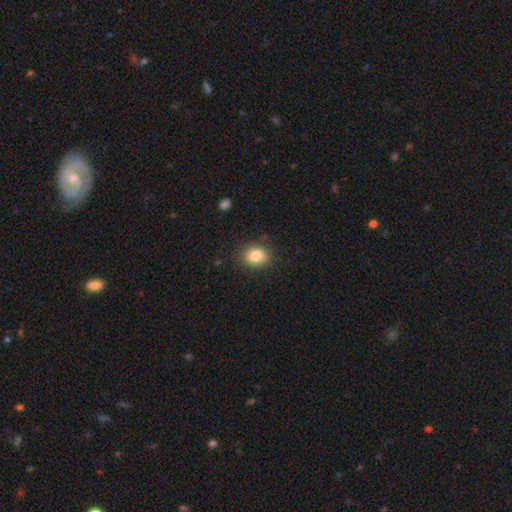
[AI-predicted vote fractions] This appears to be a smooth galaxy with no disk features (84%) that is in between round and cigar-shaped (51%). Merging: none (83%).